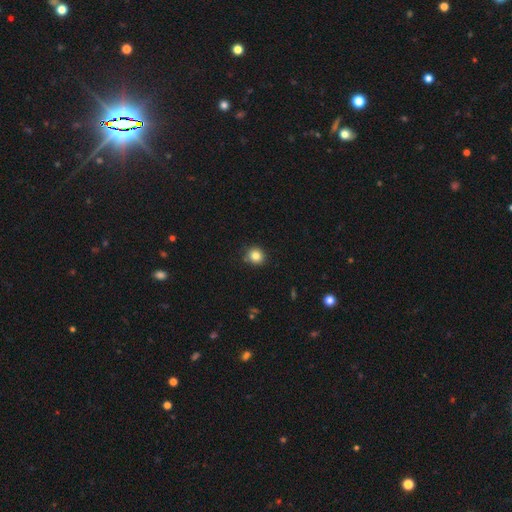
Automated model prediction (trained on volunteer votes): smooth_or_featured: smooth (p=0.84) [alt: star or artifact p=0.11]
how_rounded: round (p=0.88) [alt: in between p=0.11]
merging: none (p=0.87) [alt: minor disturbance p=0.09]